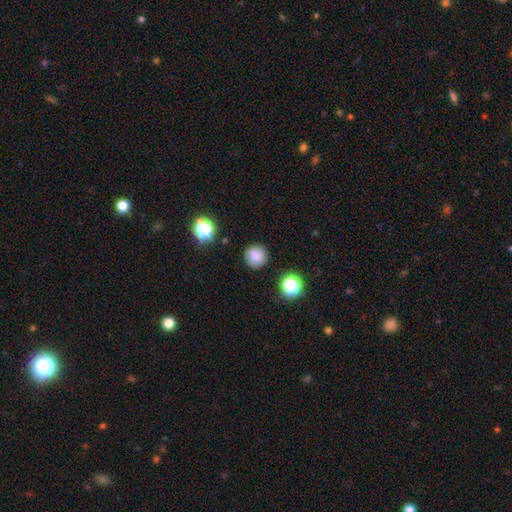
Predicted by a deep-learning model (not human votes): Overall: smooth (79%). How rounded: round (90%). Merging: none (86%).